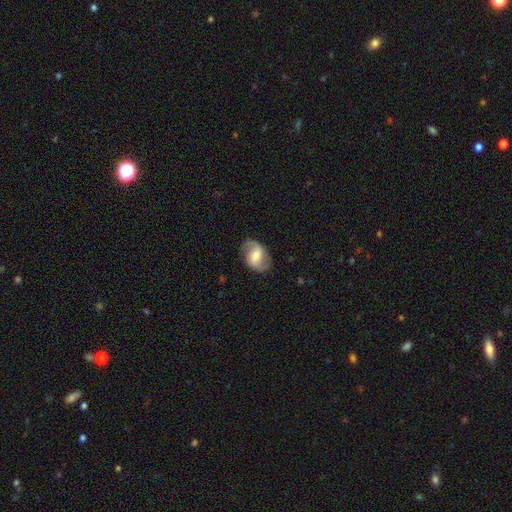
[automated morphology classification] smooth_or_featured: featured or disk (p=0.69) [alt: smooth p=0.24]
disk_edge_on: no (p=0.97) [alt: yes p=0.03]
bar: weak (p=0.47) [alt: no p=0.27]
has_spiral_arms: yes (p=0.89) [alt: no p=0.11]
spiral_winding: loose (p=0.43) [alt: medium p=0.42]
spiral_arm_count: 2 (p=0.90) [alt: can't tell p=0.05]
bulge_size: moderate (p=0.54) [alt: small p=0.31]
merging: none (p=0.79) [alt: minor disturbance p=0.14]